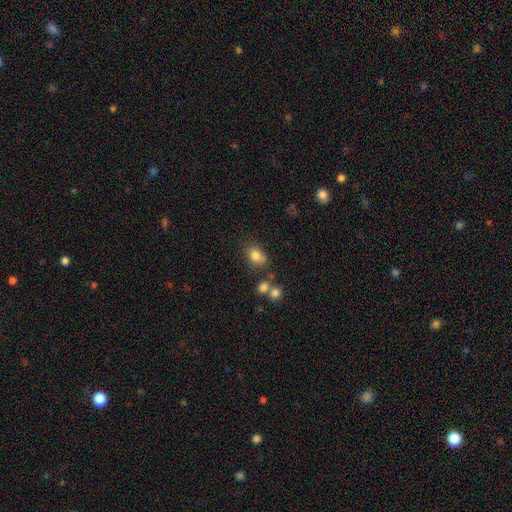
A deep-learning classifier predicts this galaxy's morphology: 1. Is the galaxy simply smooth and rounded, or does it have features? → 80% smooth, 12% star or artifact, 9% featured or disk.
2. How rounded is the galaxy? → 56% in between, 42% round, 1% cigar-shaped.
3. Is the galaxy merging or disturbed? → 63% none, 20% minor disturbance, 11% merger, 7% major disturbance.